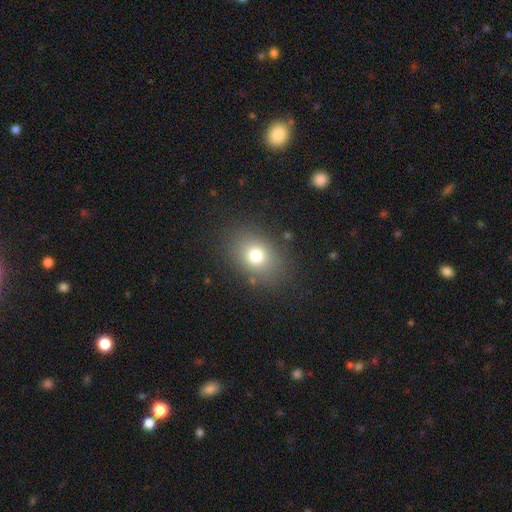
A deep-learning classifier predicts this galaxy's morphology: This appears to be a smooth galaxy with no disk features (75%) that is in between round and cigar-shaped (59%). Merging: none (83%).